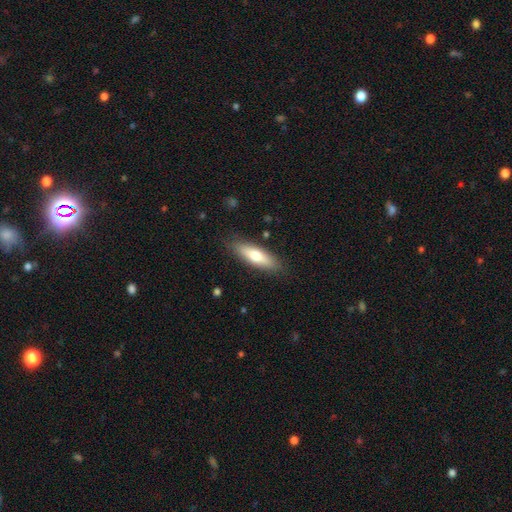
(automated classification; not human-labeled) Smooth or featured? smooth (67%)
How rounded? cigar-shaped (53%)
Merging? none (86%)